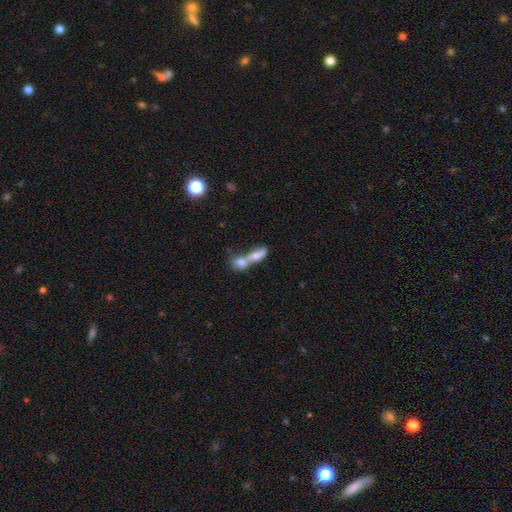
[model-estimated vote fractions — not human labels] smooth-or-featured: smooth: 65% | featured or disk: 24% | star or artifact: 11%
  how-rounded: in between: 59% | cigar-shaped: 25% | round: 16%
  merging: merger: 75% | none: 15% | minor disturbance: 5% | major disturbance: 5%